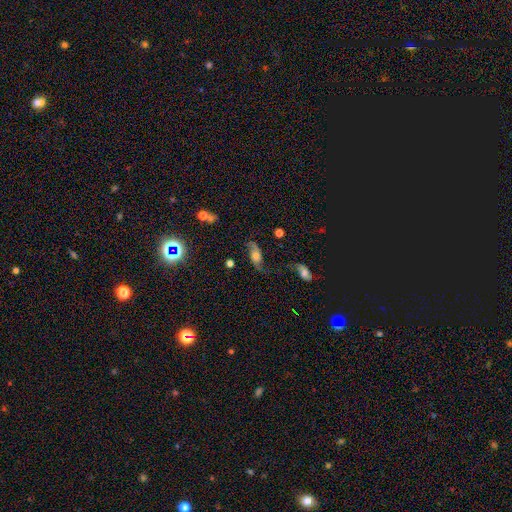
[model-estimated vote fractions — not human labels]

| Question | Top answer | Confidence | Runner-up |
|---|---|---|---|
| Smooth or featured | featured or disk | 69% | smooth (21%) |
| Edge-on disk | no | 89% | yes (11%) |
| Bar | no | 69% | weak (24%) |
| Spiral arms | yes | 91% | no (9%) |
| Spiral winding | loose | 68% | medium (24%) |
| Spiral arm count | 2 | 87% | 1 (5%) |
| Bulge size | moderate | 50% | small (22%) |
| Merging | none | 62% | minor disturbance (21%) |